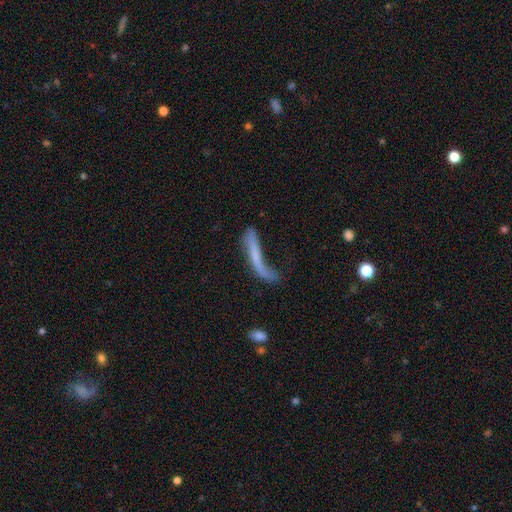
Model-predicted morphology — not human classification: Smooth or featured? Predicted: smooth (p=0.51). How rounded? Predicted: cigar-shaped (p=0.87). Merging? Predicted: major disturbance (p=0.41).